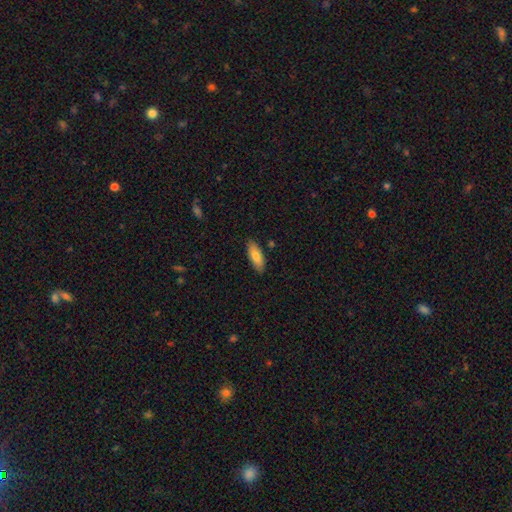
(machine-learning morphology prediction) The model was most divided on "how rounded": in between: 71%, cigar-shaped: 27%, round: 2%. More confident: merging — none (86%); smooth or featured — smooth (79%).